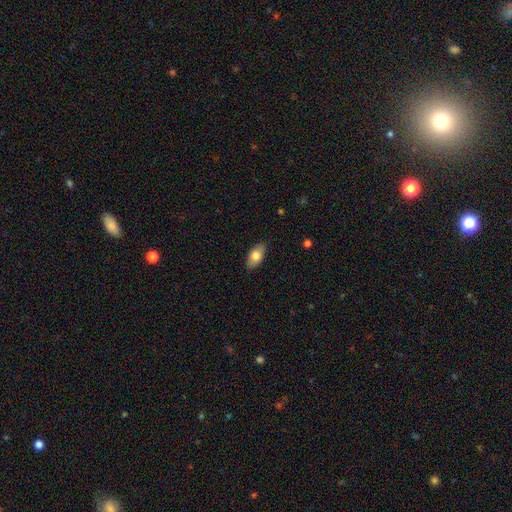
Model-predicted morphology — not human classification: smooth_or_featured: smooth (p=0.78) [alt: featured or disk p=0.16]
how_rounded: in between (p=0.92) [alt: cigar-shaped p=0.04]
merging: none (p=0.87) [alt: minor disturbance p=0.10]